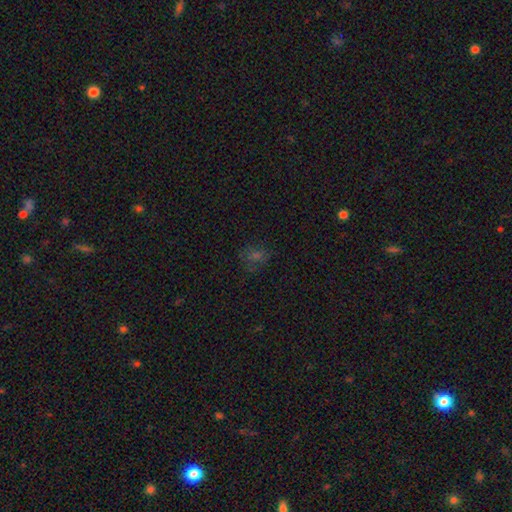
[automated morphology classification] smooth 50%, star or artifact 36%, featured or disk 15%. Down the decision tree: merging — none (72%).